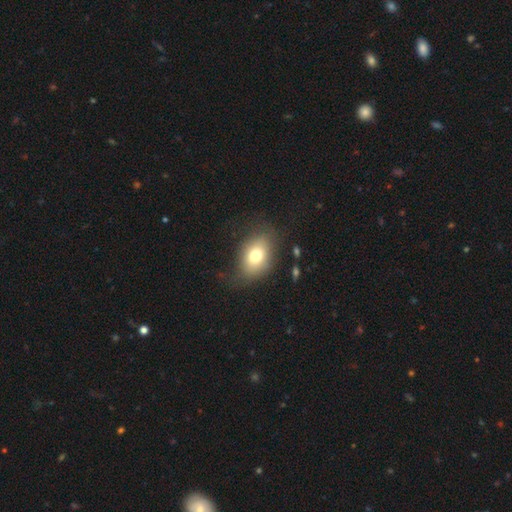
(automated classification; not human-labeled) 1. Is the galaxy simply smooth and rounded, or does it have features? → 74% smooth, 16% featured or disk, 10% star or artifact.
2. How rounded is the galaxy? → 76% in between, 23% round, 1% cigar-shaped.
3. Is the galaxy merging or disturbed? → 72% none, 19% minor disturbance, 8% major disturbance, 2% merger.